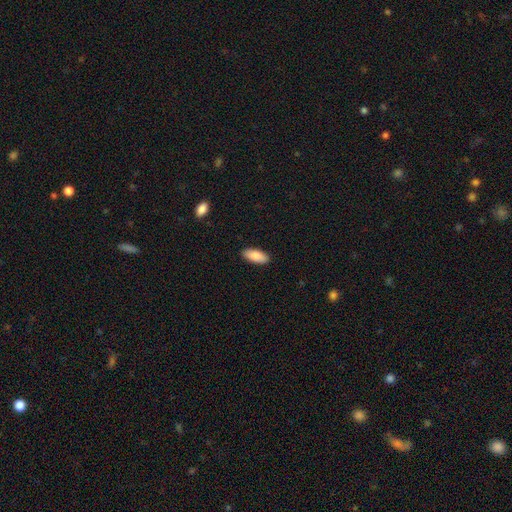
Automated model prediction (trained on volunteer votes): smooth-or-featured: smooth: 87% | featured or disk: 7% | star or artifact: 6%
  how-rounded: in between: 84% | cigar-shaped: 15% | round: 2%
  merging: none: 90% | minor disturbance: 8% | major disturbance: 2% | merger: 1%